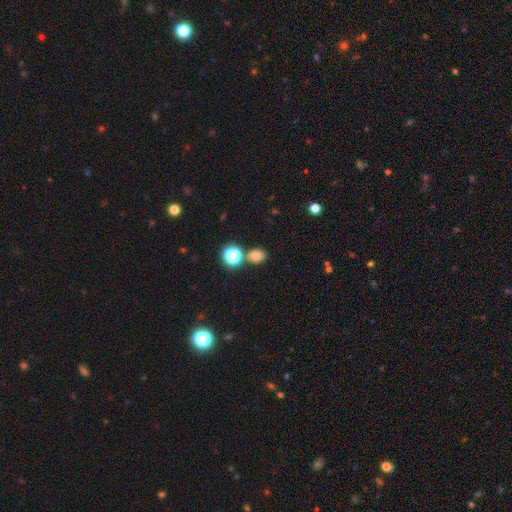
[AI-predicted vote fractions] A smooth galaxy with no disk features (75%) that is round (50%). Merging: none (74%).